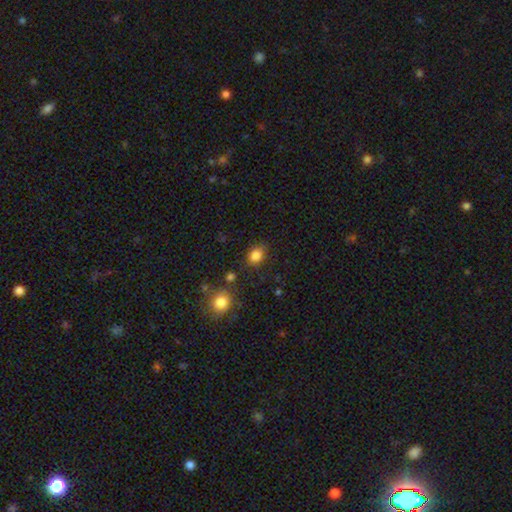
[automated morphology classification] Smooth or featured?
  - smooth: 84% *
  - star or artifact: 11%
  - featured or disk: 5%
How rounded?
  - in between: 62% *
  - round: 37%
  - cigar-shaped: 1%
Merging?
  - none: 76% *
  - minor disturbance: 15%
  - merger: 4%
  - major disturbance: 4%